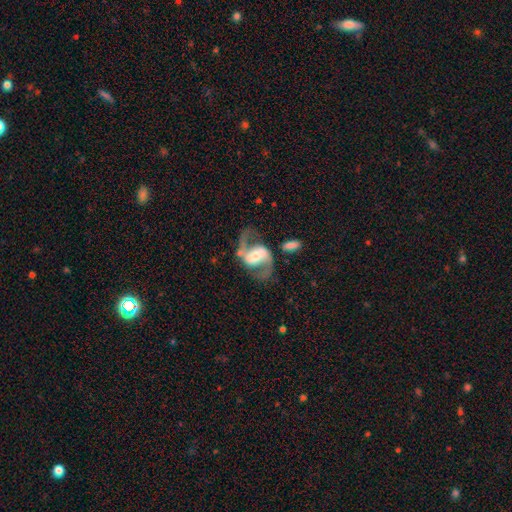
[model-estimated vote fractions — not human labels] Overall: featured or disk (87%). Edge-on disk: no (97%). Bar: strong (54%; weak 31%). Spiral arms: yes (95%). Spiral arm count: 2 (93%). Spiral winding: medium (46%; loose 45%). Bulge size: moderate (39%; small 37%). Merging: none (68%).